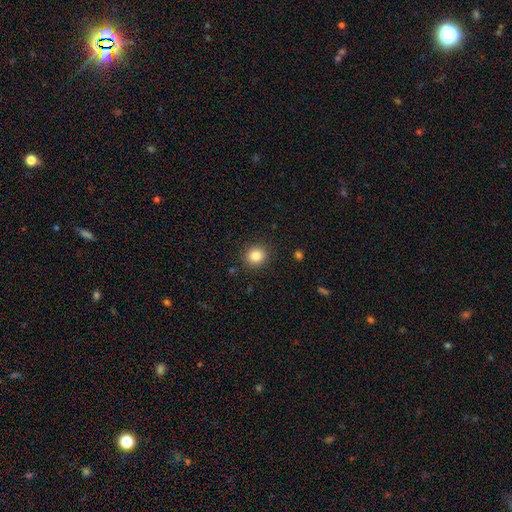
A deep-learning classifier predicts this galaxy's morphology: This appears to be a smooth galaxy with no disk features (84%) that is round (84%). Merging: none (90%).